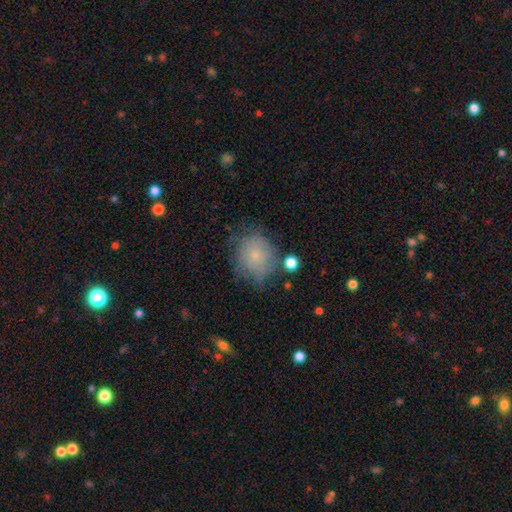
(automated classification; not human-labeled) smooth-or-featured: smooth: 68% | featured or disk: 21% | star or artifact: 11%
  how-rounded: round: 77% | in between: 22% | cigar-shaped: 1%
  merging: none: 62% | minor disturbance: 24% | major disturbance: 10% | merger: 4%